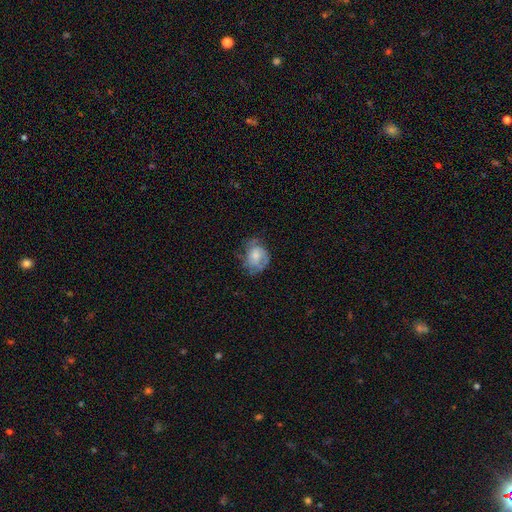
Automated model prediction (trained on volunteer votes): Overall: featured or disk (51%; smooth 41%). Edge-on disk: no (97%). Merging: none (51%; minor disturbance 28%).